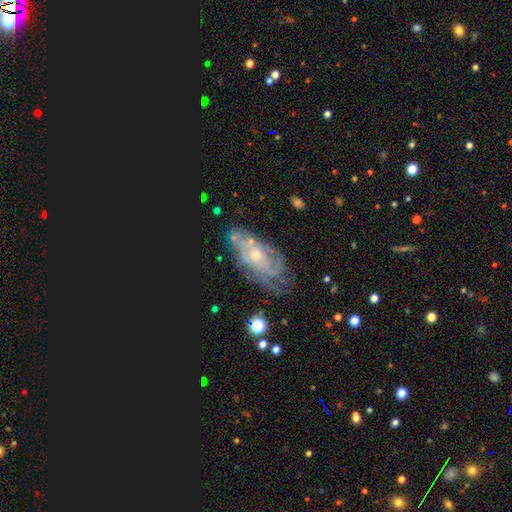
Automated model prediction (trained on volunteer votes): A featured or disk galaxy (73%) with no bar (77%), tight (63%) spiral arms (81%) and a small central bulge (55%). Merging: none (64%).